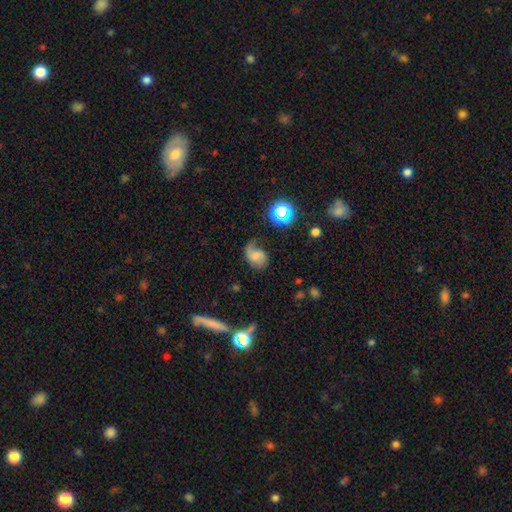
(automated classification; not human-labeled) featured or disk 53%, smooth 34%, star or artifact 13%. Down the decision tree: edge-on disk — no (97%); bar — no (59%); spiral arms — yes (88%); bulge size — none (41%); merging — none (39%).